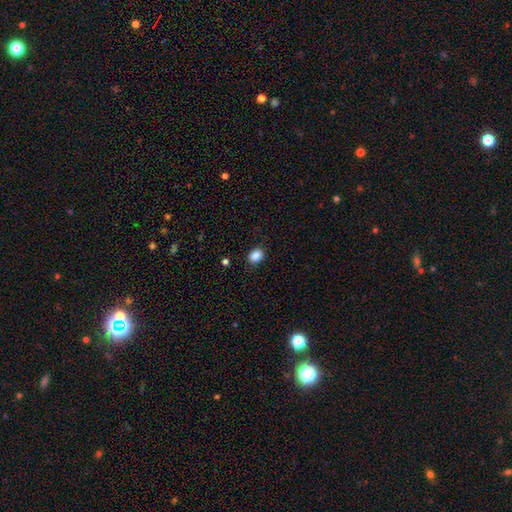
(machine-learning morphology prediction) The model was most divided on "how rounded": in between: 59%, round: 40%, cigar-shaped: 1%. More confident: smooth or featured — smooth (87%); merging — none (86%).